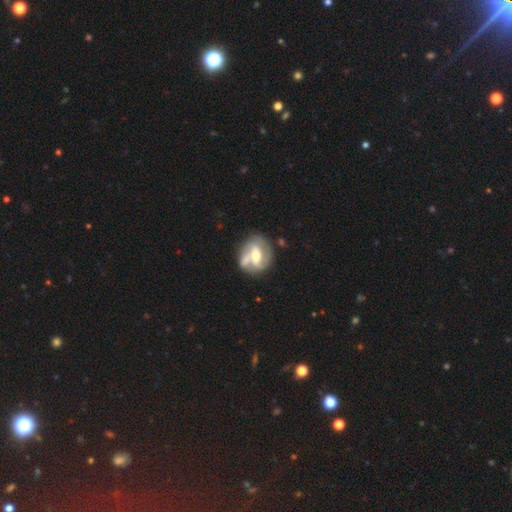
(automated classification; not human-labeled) The model was most divided on "bar" (2-way tie): weak: 38%, strong: 38%, no: 24%. Remaining: edge-on disk — no (95%); spiral arms — yes (78%); smooth or featured — featured or disk (72%); bulge size — moderate (61%); spiral arm count — 2 (57%); merging — none (55%); spiral winding — medium (41%).